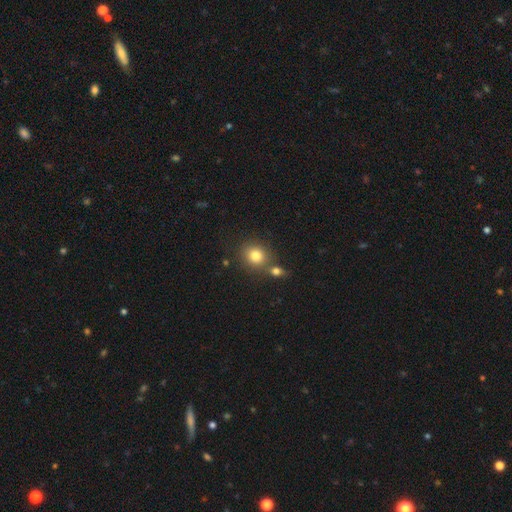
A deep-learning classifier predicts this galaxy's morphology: type=smooth (81%); roundness=round (80%); merging=none (65%).